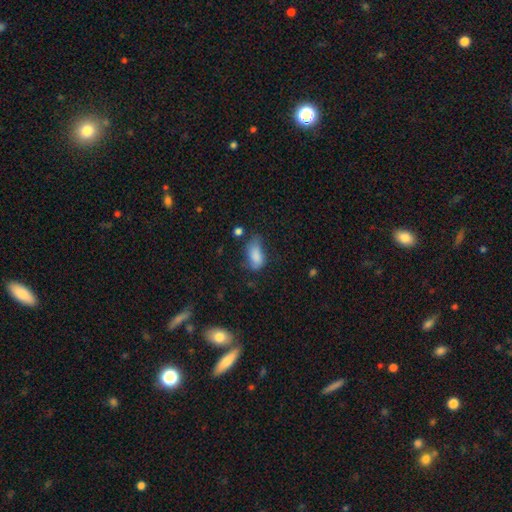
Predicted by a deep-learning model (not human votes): This is clearly a smooth galaxy (81%). How rounded: clearly in between (90%). Merging: marginally none (38%).